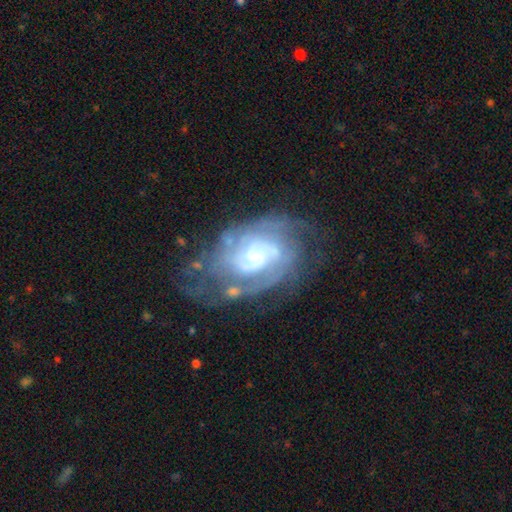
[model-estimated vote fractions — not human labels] Morphology: type=featured or disk (83%); edge-on=no (97%); bar=no (62%); spiral arms=yes (91%); winding=tight (56%); arm count=can't tell (38%); bulge=small (42%); merging=none (56%).